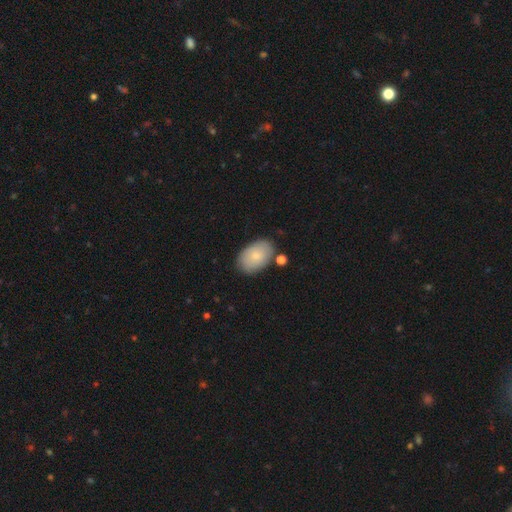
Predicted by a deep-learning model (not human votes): Smooth or featured? smooth (78%)
How rounded? in between (92%)
Merging? none (78%)